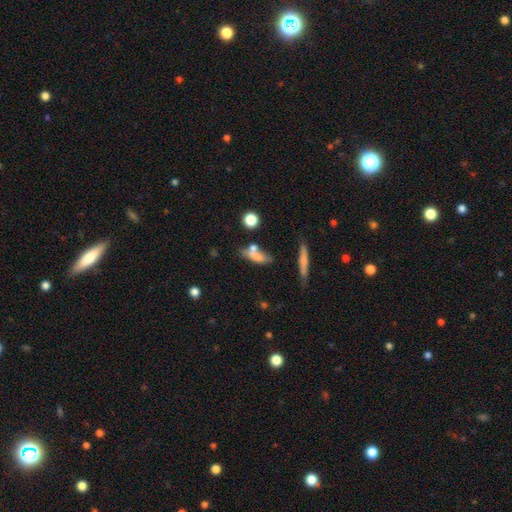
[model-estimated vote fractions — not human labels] Morphology: type=smooth (68%); roundness=in between (51%); merging=none (44%).